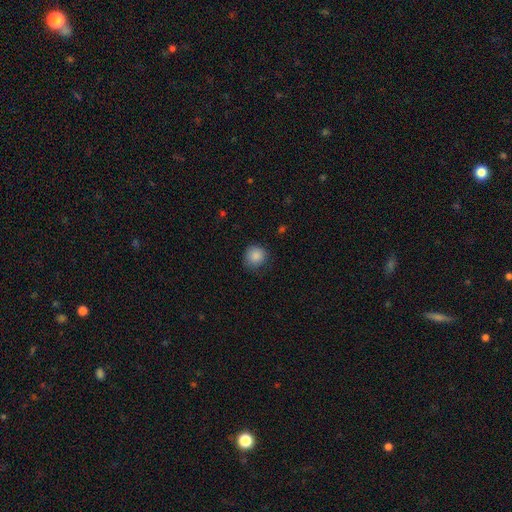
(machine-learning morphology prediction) Smooth or featured? Predicted: smooth (p=0.87). How rounded? Predicted: round (p=0.90). Merging? Predicted: none (p=0.77).